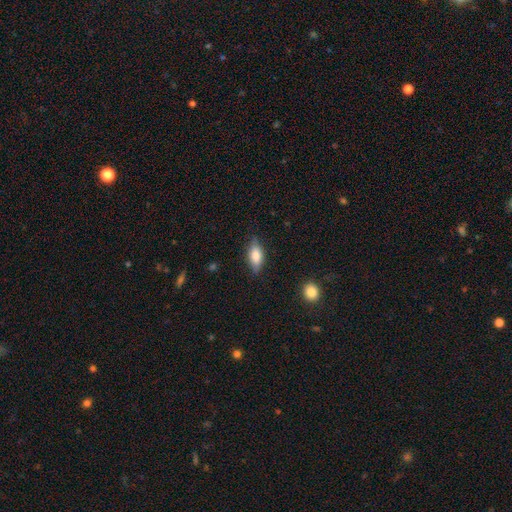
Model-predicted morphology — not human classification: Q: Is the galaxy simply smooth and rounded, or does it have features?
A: smooth — 72%.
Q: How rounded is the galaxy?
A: in between — 79%.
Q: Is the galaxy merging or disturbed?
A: none — 79%.